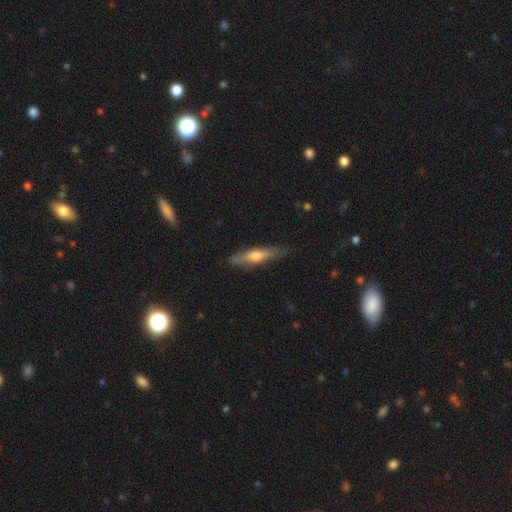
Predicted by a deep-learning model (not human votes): Smooth or featured? Predicted: smooth (p=0.49). Merging? Predicted: none (p=0.81).